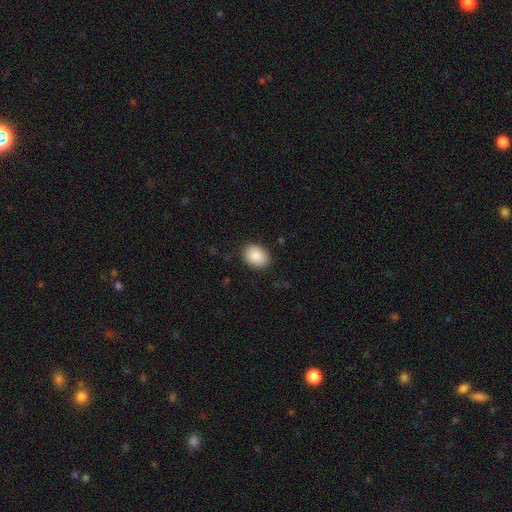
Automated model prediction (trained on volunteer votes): Overall: smooth (89%). How rounded: in between (70%; round 30%). Merging: none (88%).